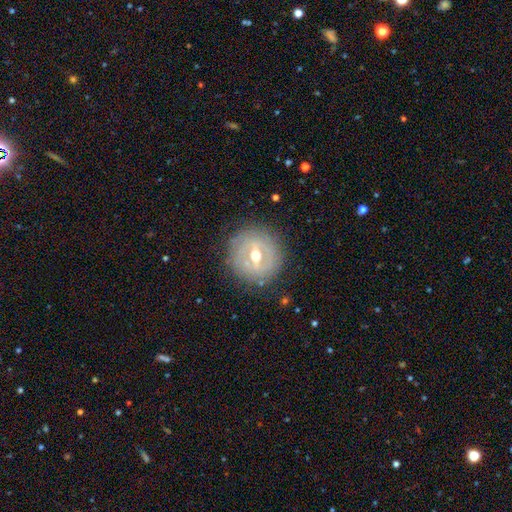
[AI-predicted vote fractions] featured or disk 75%, smooth 18%, star or artifact 8%. Down the decision tree: edge-on disk — no (88%); bar — strong (46%); spiral arms — yes (51%); bulge size — moderate (74%); merging — none (83%).